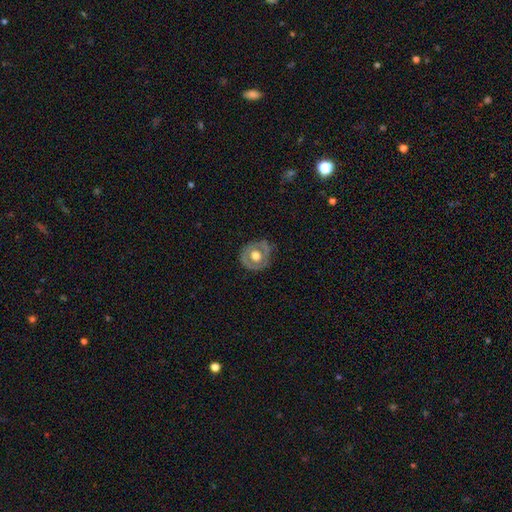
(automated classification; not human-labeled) This appears to be a featured or disk galaxy (53%) with no bar (84%), no spiral arms (79%) and a moderate central bulge (50%). Merging: none (78%).